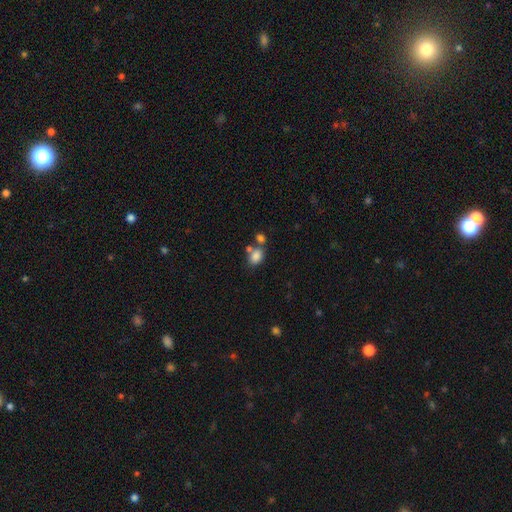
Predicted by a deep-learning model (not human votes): Smooth or featured? Predicted: smooth (p=0.83). How rounded? Predicted: in between (p=0.70). Merging? Predicted: none (p=0.51).